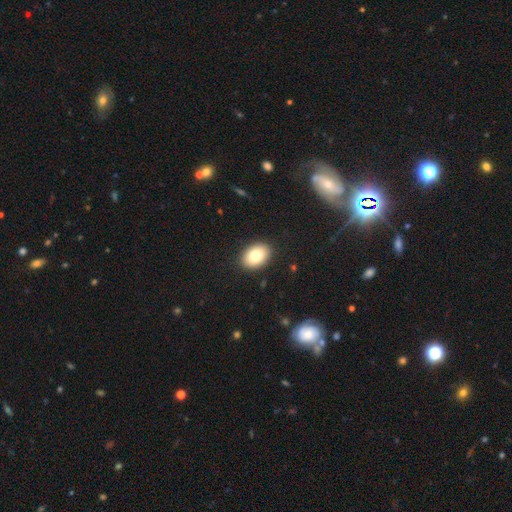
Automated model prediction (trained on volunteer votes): Smooth or featured?
  - smooth: 80% *
  - featured or disk: 12%
  - star or artifact: 8%
How rounded?
  - in between: 79% *
  - round: 20%
  - cigar-shaped: 1%
Merging?
  - none: 90% *
  - minor disturbance: 7%
  - major disturbance: 2%
  - merger: 1%